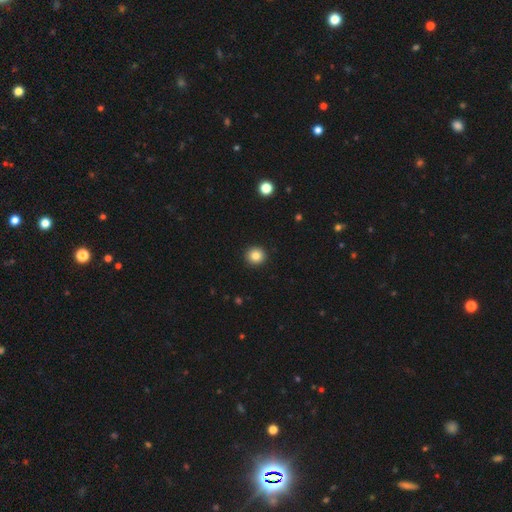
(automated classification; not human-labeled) A smooth galaxy with no disk features (85%) that is round (93%).

Vote fractions:
- Smooth or featured? smooth: 85% / star or artifact: 10% / featured or disk: 5%
- How rounded? round: 93% / in between: 6% / cigar-shaped: 1%
- Merging? none: 93% / minor disturbance: 5% / major disturbance: 2% / merger: 1%